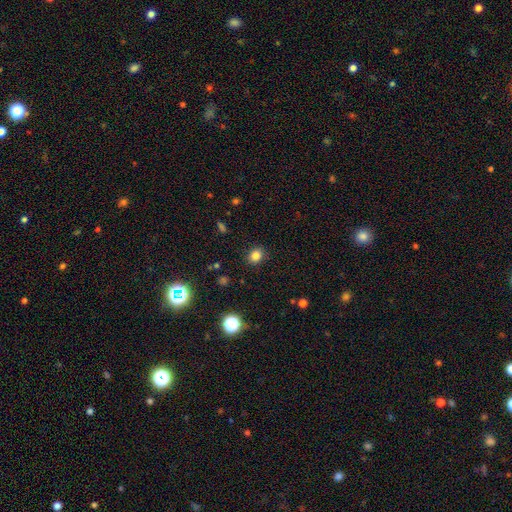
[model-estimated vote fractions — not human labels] Smooth or featured?
  - smooth: 81% *
  - star or artifact: 13%
  - featured or disk: 5%
How rounded?
  - round: 67% *
  - in between: 32%
  - cigar-shaped: 1%
Merging?
  - none: 89% *
  - minor disturbance: 7%
  - major disturbance: 2%
  - merger: 1%